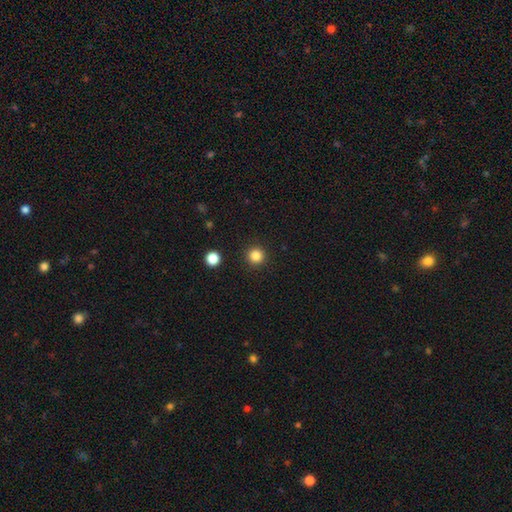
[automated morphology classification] Overall: smooth (84%). How rounded: round (96%). Merging: none (93%).